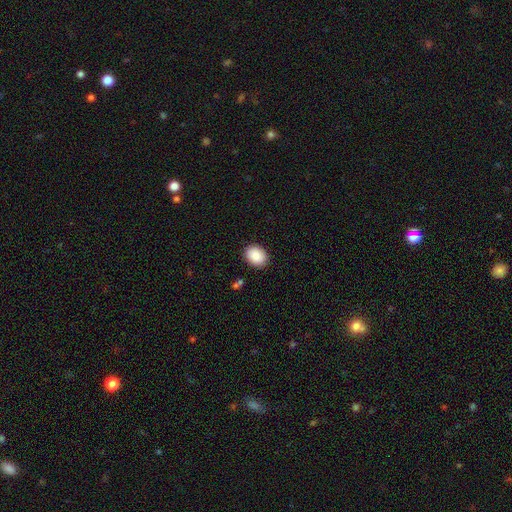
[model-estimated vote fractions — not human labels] Smooth or featured: smooth — 90% (star or artifact — 7%)
How rounded: in between — 59% (round — 40%)
Merging: none — 89% (minor disturbance — 8%)